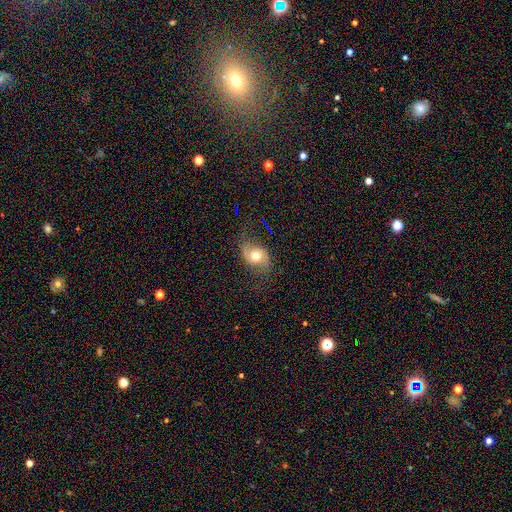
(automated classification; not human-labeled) The model was most divided on "spiral winding": loose: 58%, medium: 32%, tight: 10%. More confident: edge-on disk — no (97%); spiral arm count — 2 (92%); spiral arms — yes (89%); bulge size — moderate (74%); merging — none (69%); bar — no (69%); smooth or featured — featured or disk (69%).